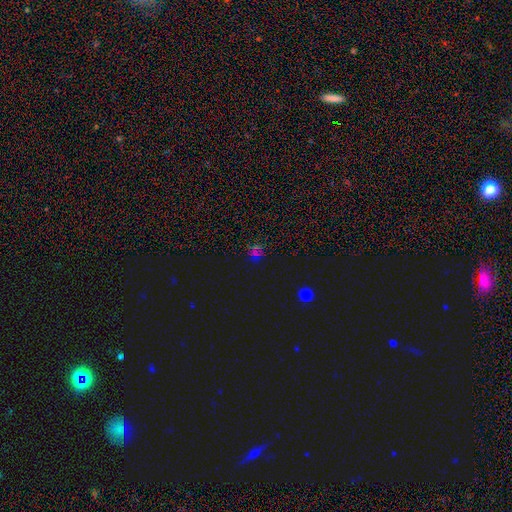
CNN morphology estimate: Q: Smooth or featured?
A: star or artifact (57%); runner-up: smooth (34%)